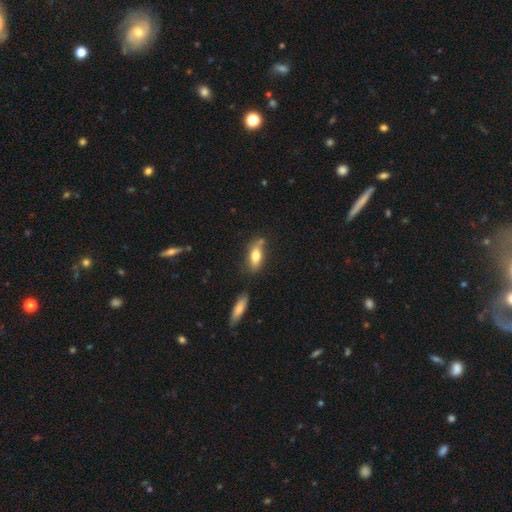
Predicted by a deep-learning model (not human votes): Q: Smooth or featured?
A: smooth (73%); runner-up: featured or disk (20%)
Q: How rounded?
A: in between (77%); runner-up: cigar-shaped (19%)
Q: Merging?
A: none (58%); runner-up: minor disturbance (22%)